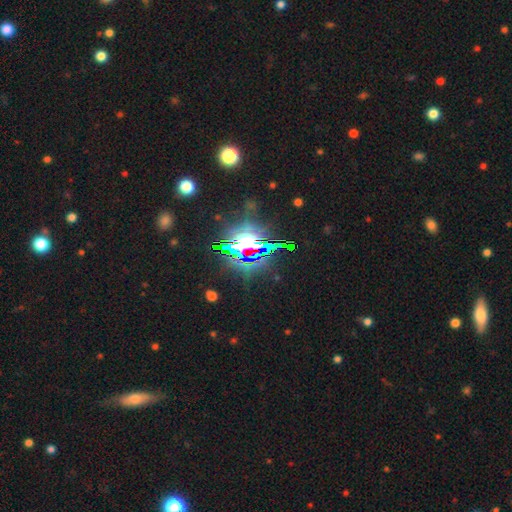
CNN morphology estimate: A star or artifact, not a galaxy (82%).

Vote fractions:
- Smooth or featured? star or artifact: 82% / featured or disk: 9% / smooth: 9%